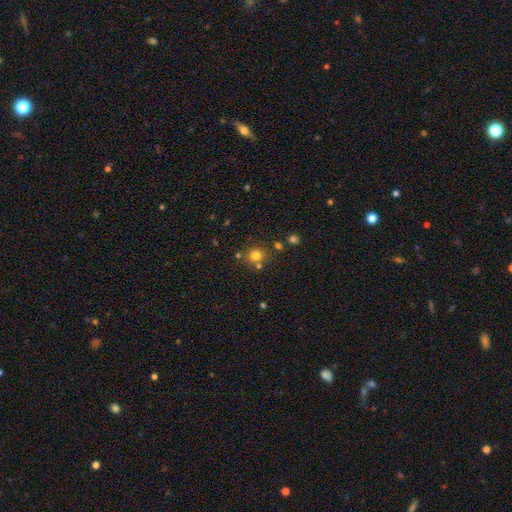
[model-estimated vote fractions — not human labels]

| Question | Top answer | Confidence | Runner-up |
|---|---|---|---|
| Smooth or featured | smooth | 76% | star or artifact (16%) |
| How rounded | round | 84% | in between (15%) |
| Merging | none | 74% | merger (13%) |